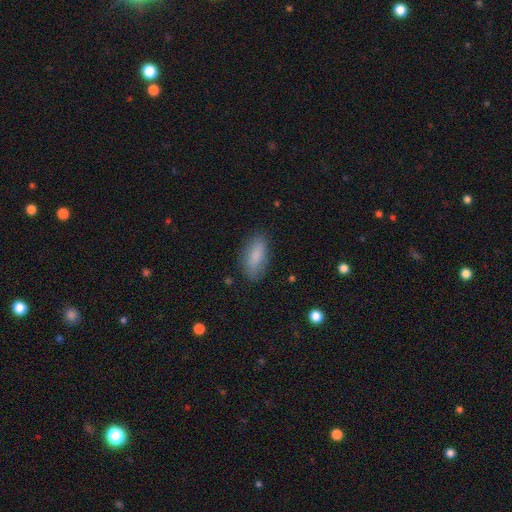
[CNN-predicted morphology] smooth 84%, featured or disk 9%, star or artifact 7%. Down the decision tree: how rounded — in between (81%); merging — none (83%).